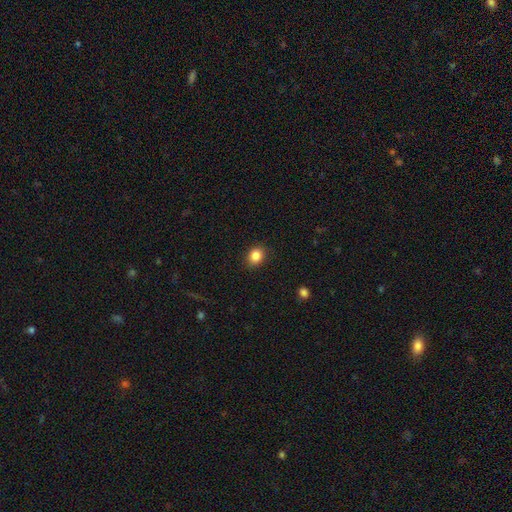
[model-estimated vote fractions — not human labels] smooth 86%, star or artifact 10%, featured or disk 5%. Down the decision tree: how rounded — round (55%); merging — none (87%).